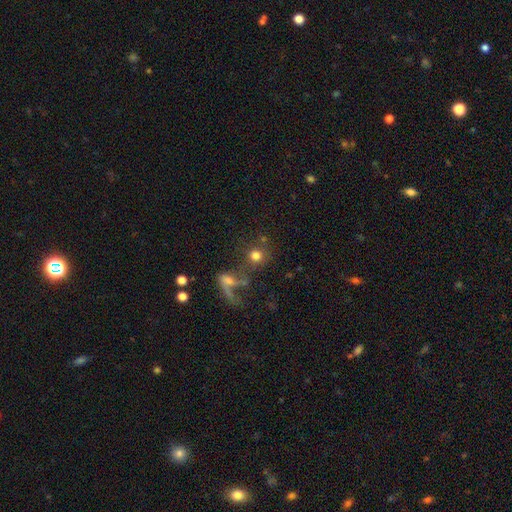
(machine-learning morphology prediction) smooth-or-featured: smooth: 72% | featured or disk: 15% | star or artifact: 13%
  how-rounded: round: 86% | in between: 12% | cigar-shaped: 2%
  merging: none: 47% | merger: 30% | major disturbance: 13% | minor disturbance: 10%